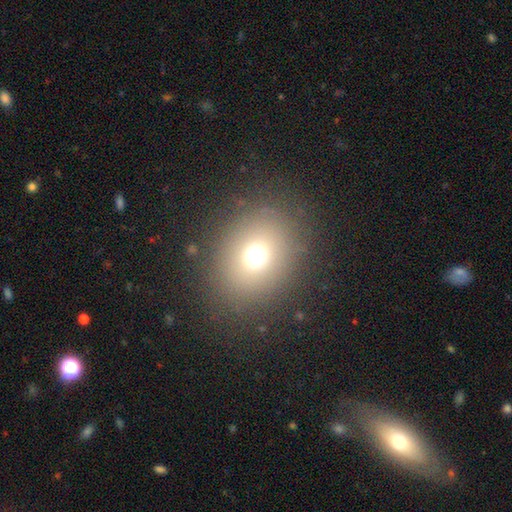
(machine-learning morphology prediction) Smooth or featured? smooth (67%)
How rounded? round (70%)
Merging? none (84%)